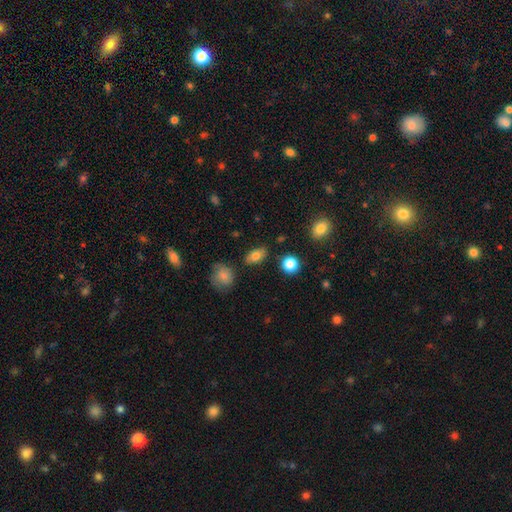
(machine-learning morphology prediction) A smooth galaxy with no disk features (77%) that is in between round and cigar-shaped (83%). Merging: none (83%).